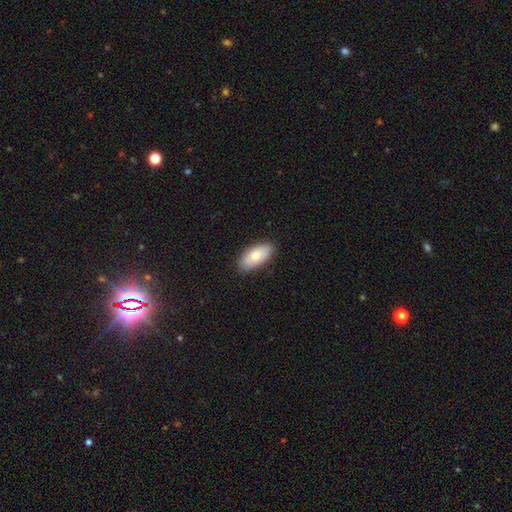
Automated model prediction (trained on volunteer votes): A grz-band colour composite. It shows a smooth galaxy with no disk features (74%) that is in between round and cigar-shaped (91%). Merging: none (87%).